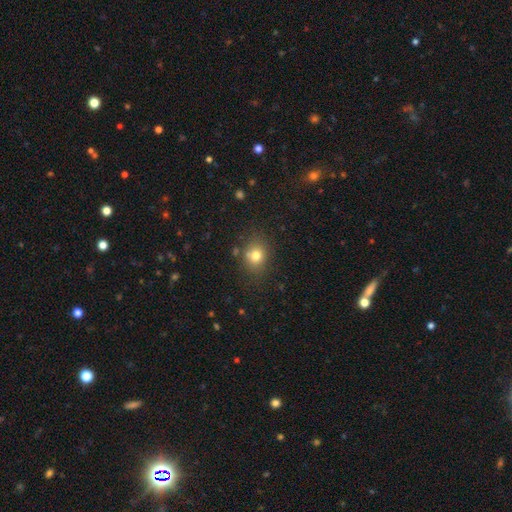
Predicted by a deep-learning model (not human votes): smooth 76%, star or artifact 14%, featured or disk 10%. Down the decision tree: how rounded — round (61%); merging — none (75%).